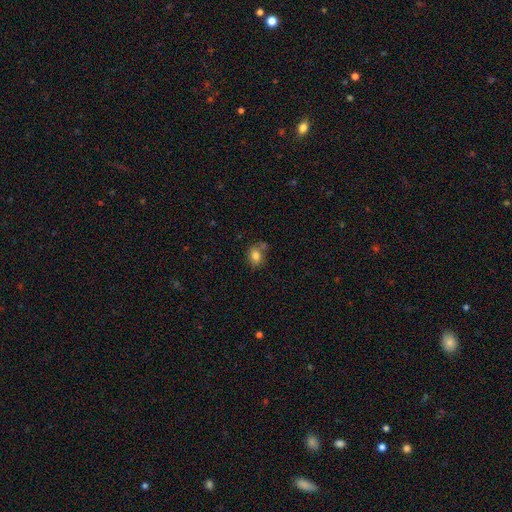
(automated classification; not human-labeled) smooth_or_featured: smooth (p=0.80) [alt: star or artifact p=0.10]
how_rounded: in between (p=0.50) [alt: round p=0.49]
merging: none (p=0.60) [alt: minor disturbance p=0.20]